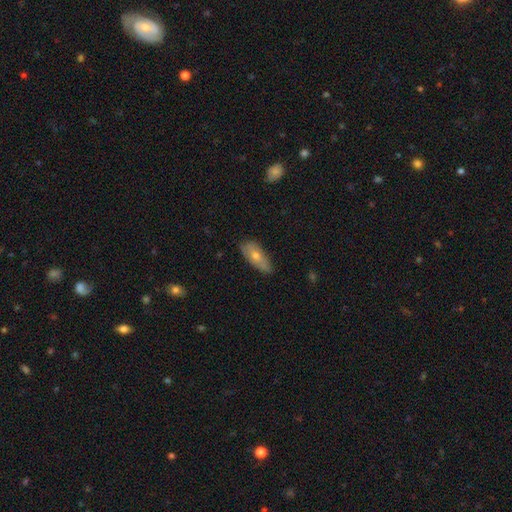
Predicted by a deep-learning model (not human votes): Smooth or featured?
  - smooth: 56% *
  - featured or disk: 36%
  - star or artifact: 8%
How rounded?
  - in between: 71% *
  - cigar-shaped: 26%
  - round: 3%
Merging?
  - none: 71% *
  - minor disturbance: 24%
  - major disturbance: 4%
  - merger: 1%